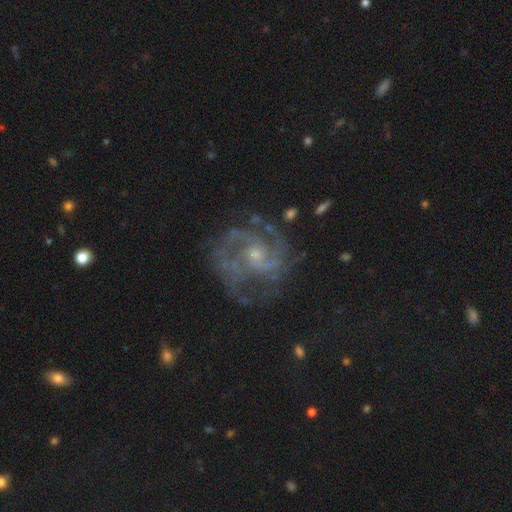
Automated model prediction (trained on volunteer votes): Overall: featured or disk (89%). Edge-on disk: no (98%). Bar: no (67%; weak 28%). Spiral arms: yes (96%). Spiral arm count: 2 (43%; 3 24%). Spiral winding: medium (46%; tight 43%). Bulge size: small (66%; moderate 28%). Merging: none (66%).